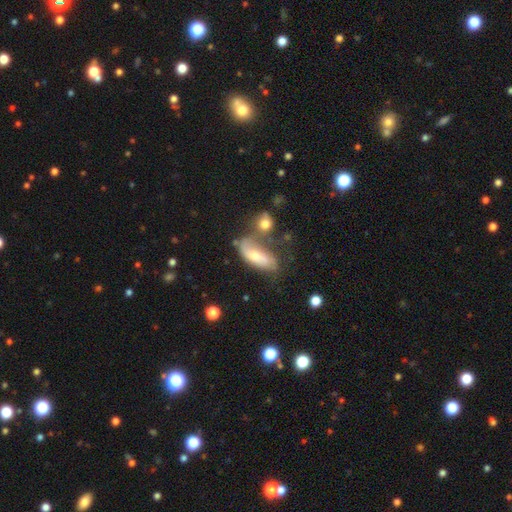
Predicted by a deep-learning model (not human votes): smooth_or_featured: smooth (p=0.48) [alt: featured or disk p=0.44]
merging: merger (p=0.37) [alt: none p=0.30]